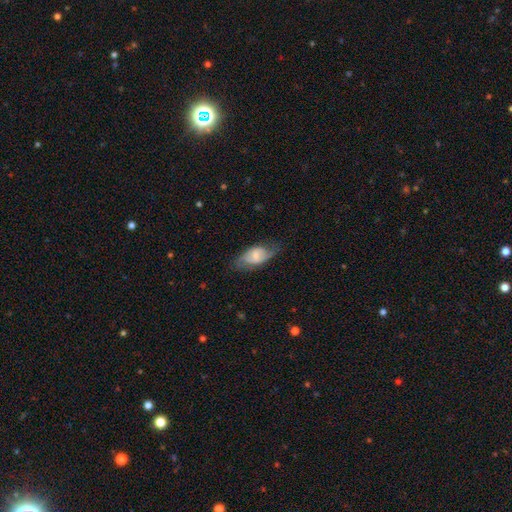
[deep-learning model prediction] Smooth or featured? featured or disk (48%)
Merging? none (60%)